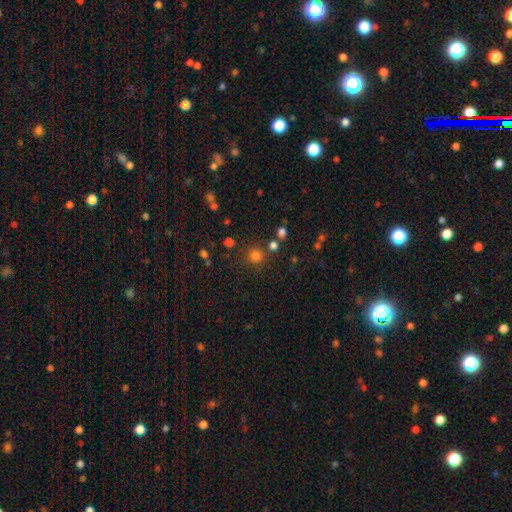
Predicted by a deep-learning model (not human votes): Overall: smooth (77%). How rounded: round (92%). Merging: none (80%).